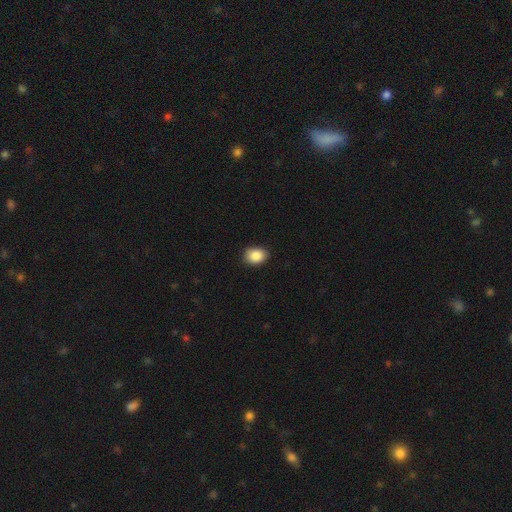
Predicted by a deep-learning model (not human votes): Smooth or featured: smooth — 88% (star or artifact — 8%)
How rounded: in between — 63% (round — 36%)
Merging: none — 86% (minor disturbance — 11%)